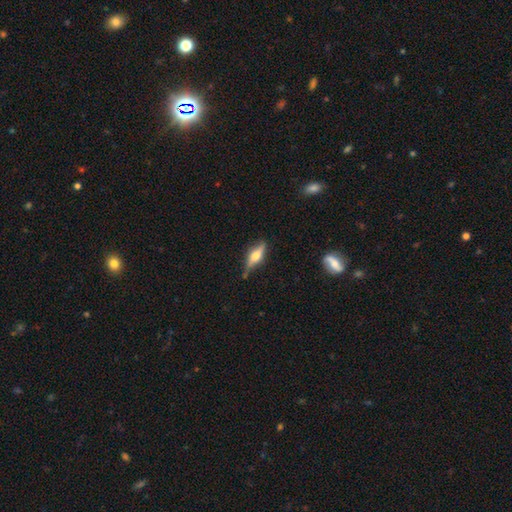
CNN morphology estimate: A featured or disk galaxy (58%) viewed edge-on (89%) with a rounded central bulge (91%).

Vote fractions:
- Smooth or featured? featured or disk: 58% / smooth: 36% / star or artifact: 7%
- Edge-on disk? yes: 89% / no: 11%
- Edge-on bulge? rounded: 91% / boxy: 6% / none: 2%
- Merging? none: 69% / minor disturbance: 22% / major disturbance: 5% / merger: 4%